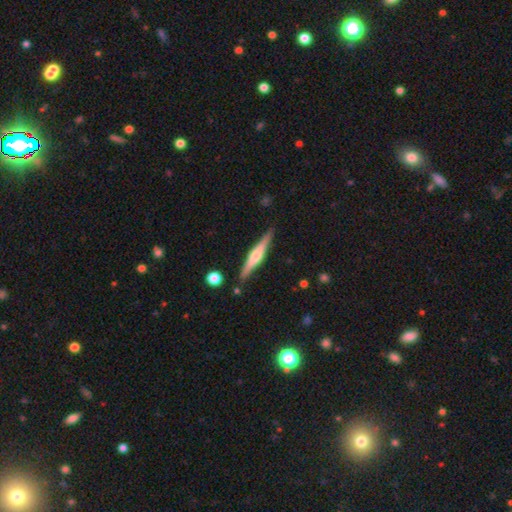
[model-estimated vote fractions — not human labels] Morphology: type=featured or disk (68%); edge-on=yes (98%); edge-on bulge=rounded (78%); merging=none (88%).